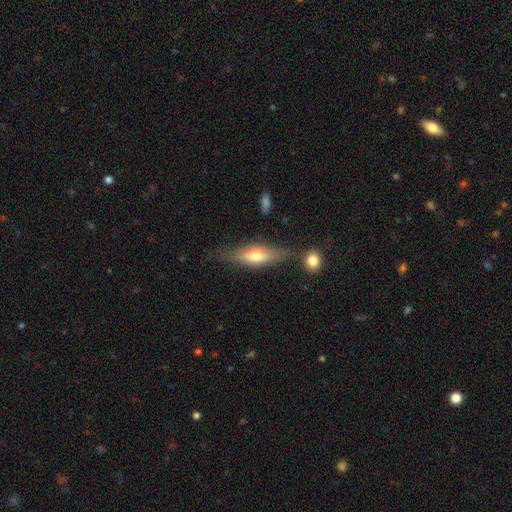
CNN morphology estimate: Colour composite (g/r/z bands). It shows a featured or disk galaxy (49%). Merging: none (70%).